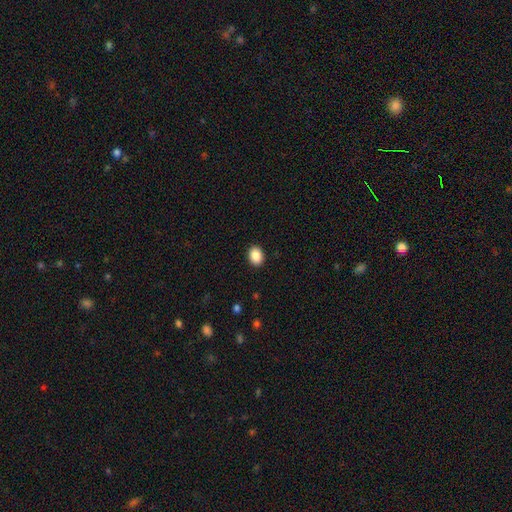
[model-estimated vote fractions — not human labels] This is clearly a smooth galaxy (89%). How rounded: likely in between (61%). Merging: clearly none (91%).